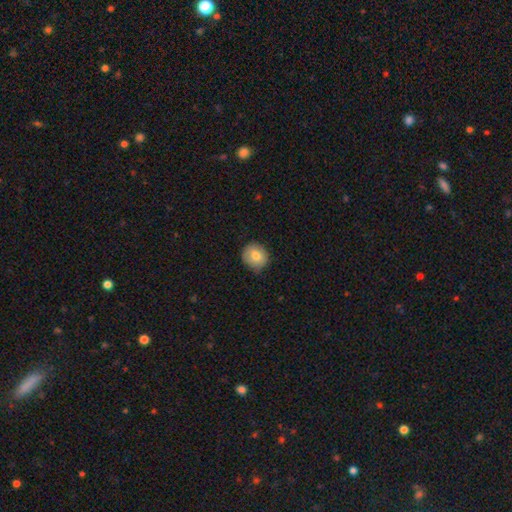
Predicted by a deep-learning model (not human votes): smooth_or_featured: smooth (p=0.79) [alt: featured or disk p=0.13]
how_rounded: round (p=0.82) [alt: in between p=0.17]
merging: none (p=0.78) [alt: minor disturbance p=0.18]